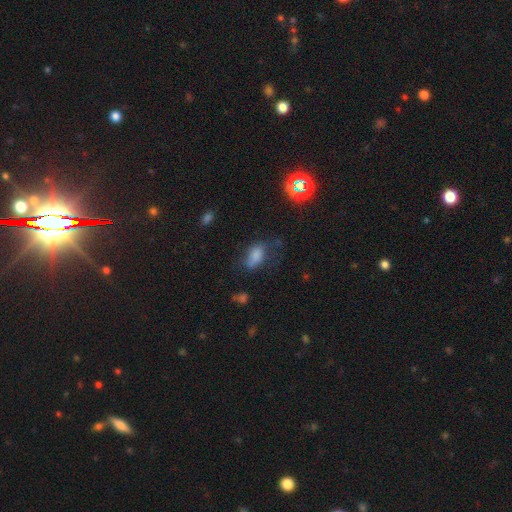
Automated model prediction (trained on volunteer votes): This is likely a smooth galaxy (76%). How rounded: clearly in between (88%). Merging: possibly none (47%).